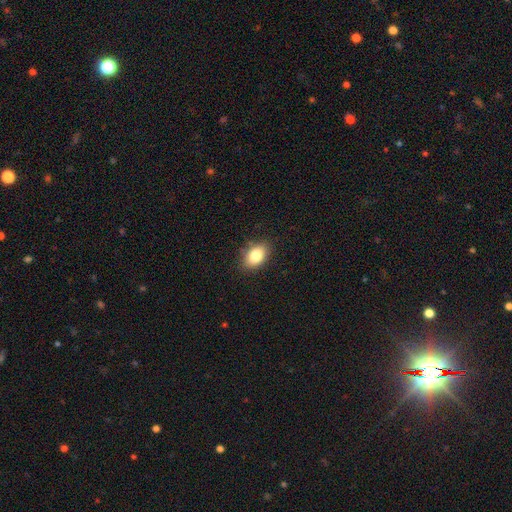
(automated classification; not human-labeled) Smooth or featured: smooth — 83% (featured or disk — 9%)
How rounded: in between — 83% (round — 16%)
Merging: none — 85% (minor disturbance — 12%)